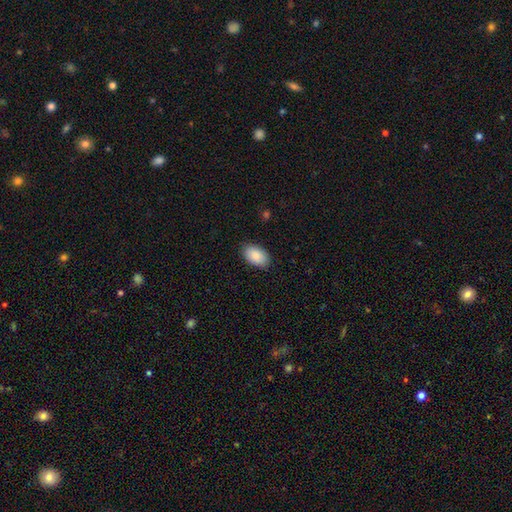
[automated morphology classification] This appears to be a smooth galaxy with no disk features (86%) that is in between round and cigar-shaped (94%). Merging: none (88%).